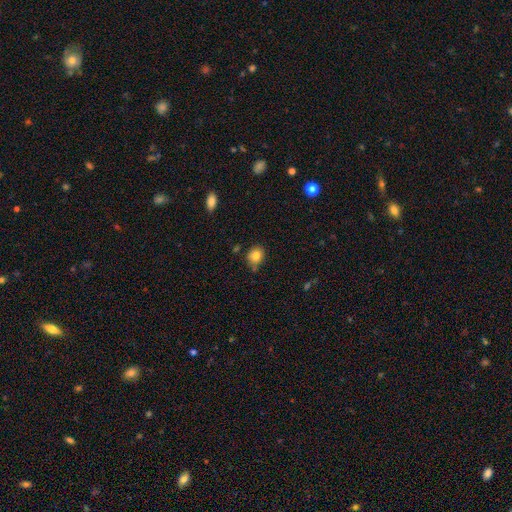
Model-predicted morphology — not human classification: type=smooth (83%); roundness=round (63%); merging=none (73%).